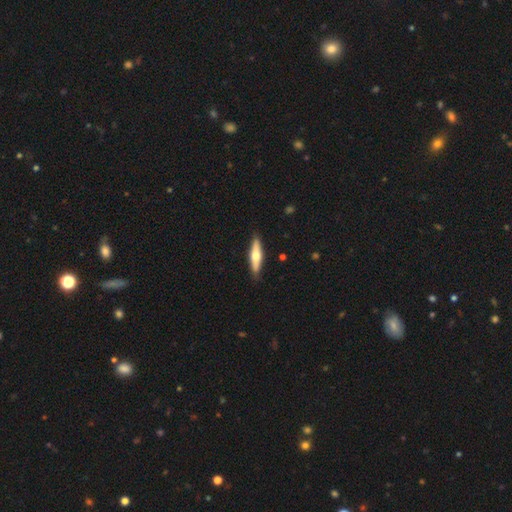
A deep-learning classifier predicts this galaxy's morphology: Overall: smooth (48%; featured or disk 47%). Merging: none (88%).